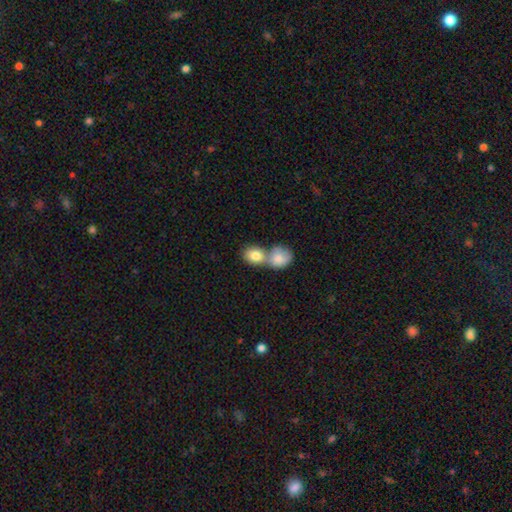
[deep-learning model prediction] Smooth or featured? Predicted: smooth (p=0.83). How rounded? Predicted: round (p=0.52). Merging? Predicted: merger (p=0.65).